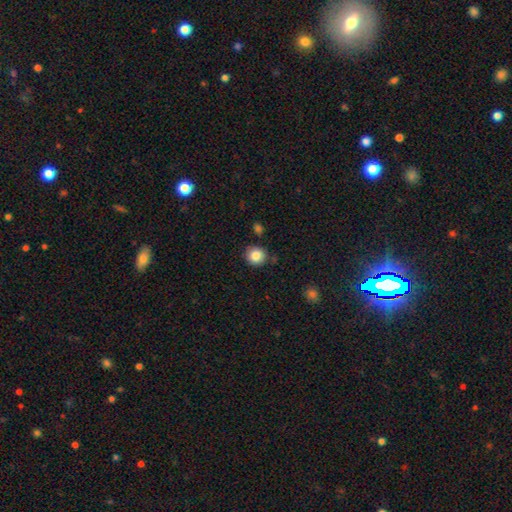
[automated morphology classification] Q: Smooth or featured?
A: smooth (86%); runner-up: star or artifact (9%)
Q: How rounded?
A: round (89%); runner-up: in between (10%)
Q: Merging?
A: none (84%); runner-up: minor disturbance (9%)